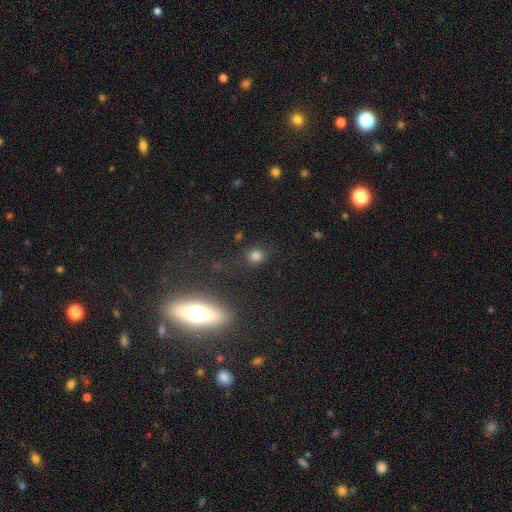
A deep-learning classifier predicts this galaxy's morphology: Overall: smooth (76%). How rounded: round (76%). Merging: none (81%).